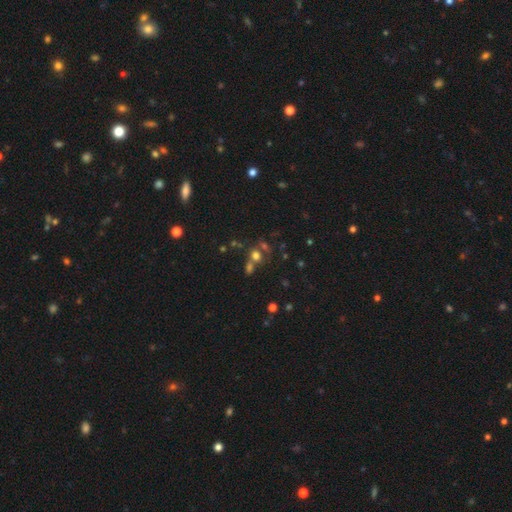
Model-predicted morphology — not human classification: Overall: smooth (61%; star or artifact 26%). How rounded: round (63%; in between 35%). Merging: none (48%; merger 36%).